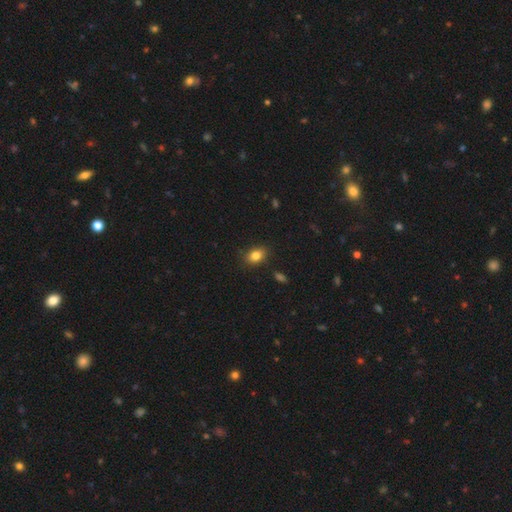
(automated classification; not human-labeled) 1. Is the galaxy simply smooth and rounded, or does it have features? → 83% smooth, 10% star or artifact, 7% featured or disk.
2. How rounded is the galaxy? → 74% in between, 24% round, 2% cigar-shaped.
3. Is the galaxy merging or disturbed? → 84% none, 12% minor disturbance, 3% major disturbance, 2% merger.